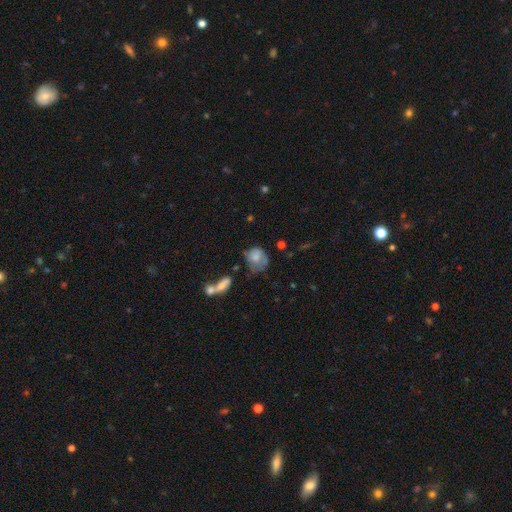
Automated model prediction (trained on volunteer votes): This is likely a smooth galaxy (66%). How rounded: likely round (61%). Merging: marginally none (34%).